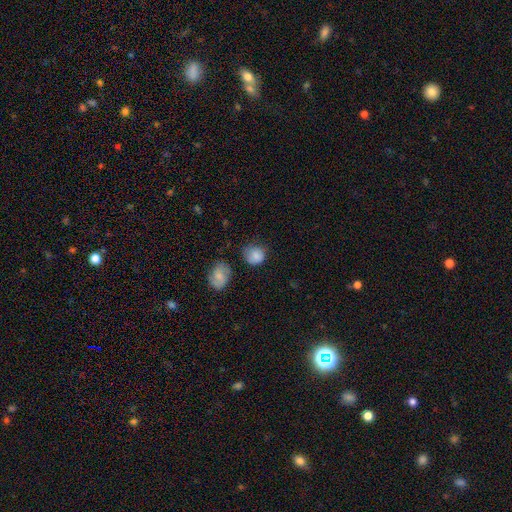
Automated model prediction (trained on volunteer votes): A smooth galaxy with no disk features (82%) that is round (75%).

Vote fractions:
- Smooth or featured? smooth: 82% / star or artifact: 9% / featured or disk: 9%
- How rounded? round: 75% / in between: 24% / cigar-shaped: 1%
- Merging? none: 60% / minor disturbance: 27% / major disturbance: 8% / merger: 4%